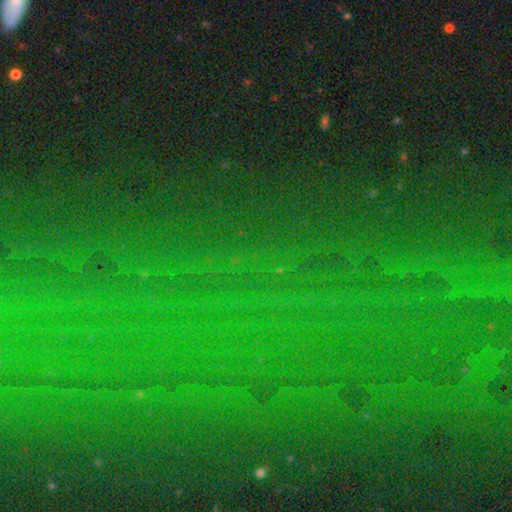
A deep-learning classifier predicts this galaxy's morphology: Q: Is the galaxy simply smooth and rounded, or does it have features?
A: star or artifact — 83%.